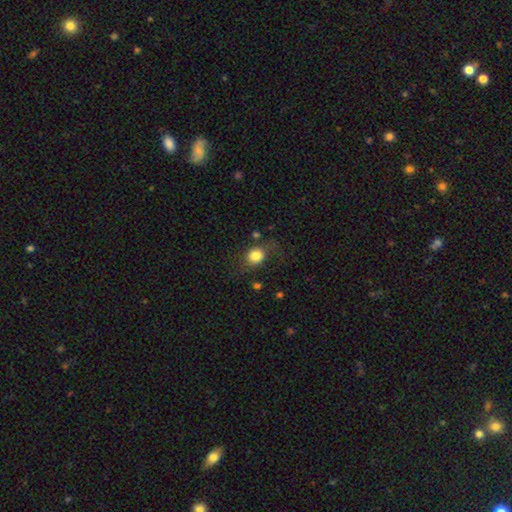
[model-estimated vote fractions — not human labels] smooth_or_featured: smooth (p=0.77) [alt: featured or disk p=0.13]
how_rounded: round (p=0.68) [alt: in between p=0.30]
merging: none (p=0.63) [alt: minor disturbance p=0.20]